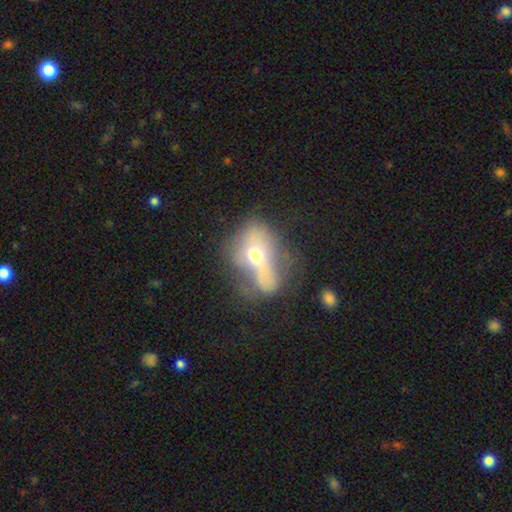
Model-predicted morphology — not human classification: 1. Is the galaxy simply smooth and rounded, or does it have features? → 45% smooth, 43% featured or disk, 13% star or artifact.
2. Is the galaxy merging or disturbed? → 37% major disturbance, 29% none, 23% minor disturbance, 10% merger.